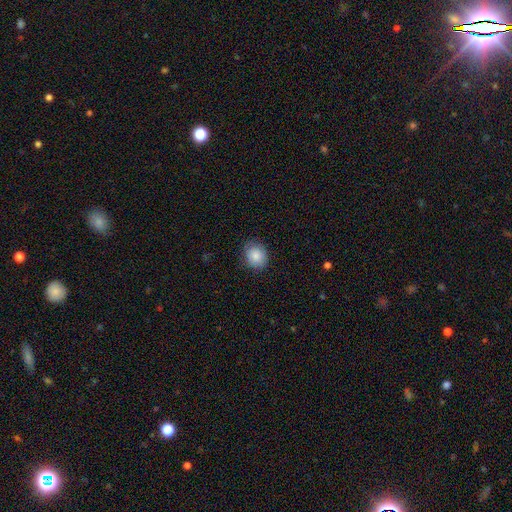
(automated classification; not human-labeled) Smooth or featured? smooth (86%)
How rounded? round (57%)
Merging? none (82%)